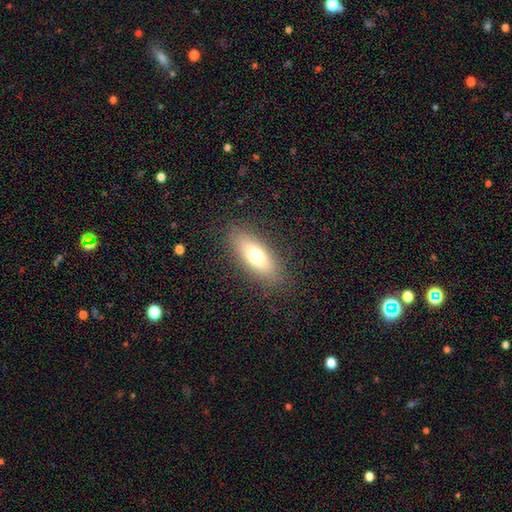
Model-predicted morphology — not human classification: A smooth galaxy with no disk features (70%) that is in between round and cigar-shaped (70%). Merging: none (85%).